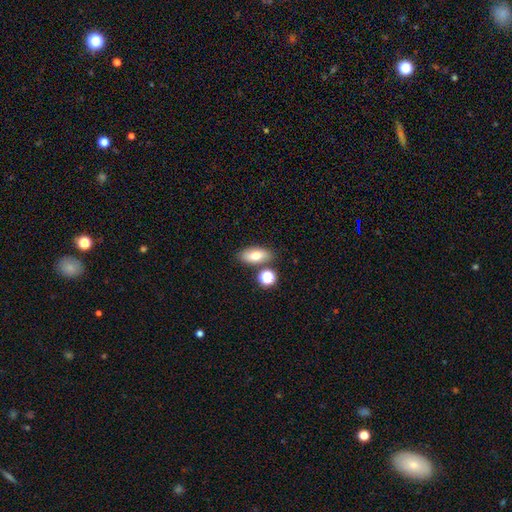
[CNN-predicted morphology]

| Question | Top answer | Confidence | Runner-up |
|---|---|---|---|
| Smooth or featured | smooth | 74% | featured or disk (16%) |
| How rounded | in between | 83% | cigar-shaped (9%) |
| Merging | none | 76% | minor disturbance (11%) |